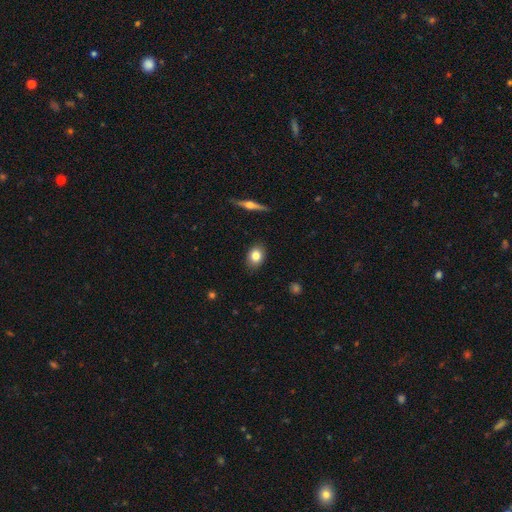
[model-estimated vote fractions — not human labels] Smooth or featured? Predicted: smooth (p=0.80). How rounded? Predicted: in between (p=0.67). Merging? Predicted: none (p=0.88).